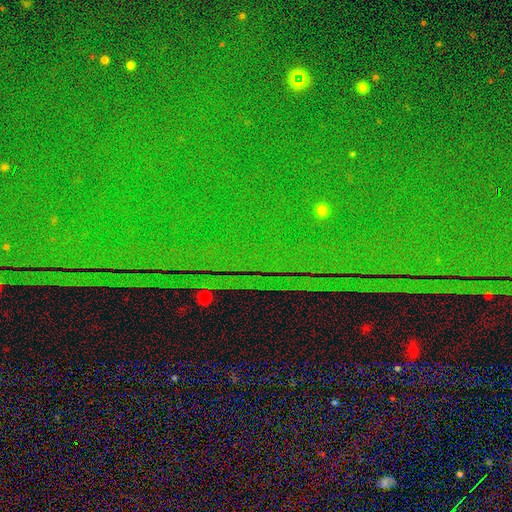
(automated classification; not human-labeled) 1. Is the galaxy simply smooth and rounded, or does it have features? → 88% star or artifact, 6% featured or disk, 6% smooth.